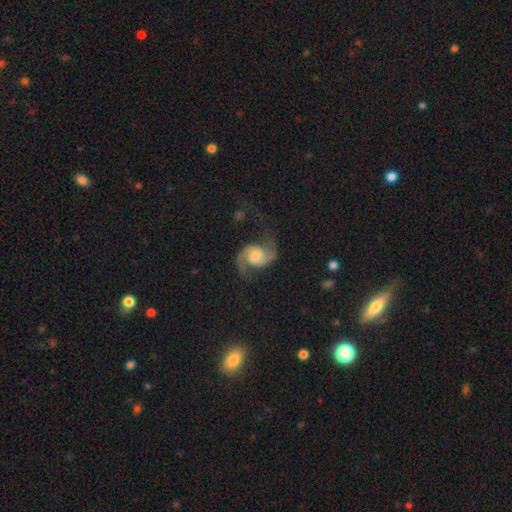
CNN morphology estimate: Smooth or featured?
  - featured or disk: 87% *
  - smooth: 8%
  - star or artifact: 6%
Edge-on disk?
  - no: 98% *
  - yes: 2%
Bar?
  - no: 53% *
  - weak: 39%
  - strong: 8%
Spiral arms?
  - yes: 97% *
  - no: 3%
Spiral winding?
  - loose: 46% *
  - medium: 43%
  - tight: 11%
Spiral arm count?
  - 2: 93% *
  - 1: 2%
  - can't tell: 2%
  - 3: 1%
  - 4: 1%
  - more than 4: 1%
Bulge size?
  - moderate: 45% *
  - small: 23%
  - large: 17%
  - none: 12%
  - dominant: 3%
Merging?
  - none: 68% *
  - minor disturbance: 16%
  - major disturbance: 14%
  - merger: 2%